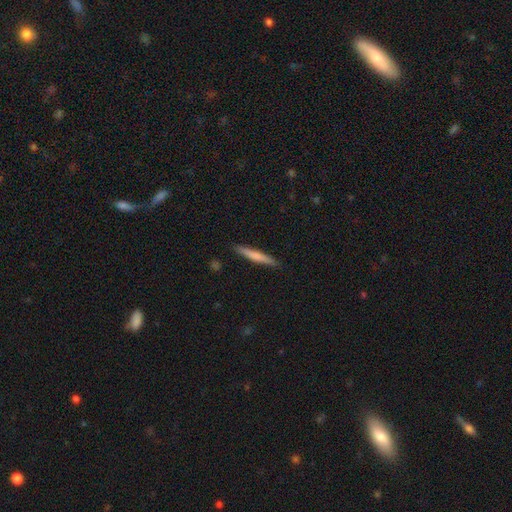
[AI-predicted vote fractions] This is likely a smooth galaxy (65%). How rounded: clearly cigar-shaped (95%). Merging: clearly none (90%).